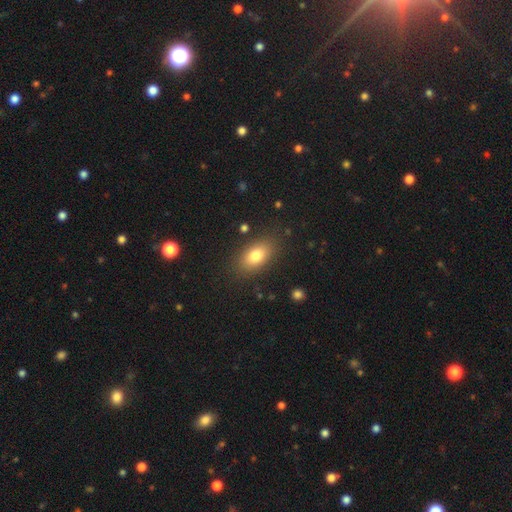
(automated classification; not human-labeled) Smooth or featured?
  - smooth: 79% *
  - featured or disk: 12%
  - star or artifact: 9%
How rounded?
  - in between: 88% *
  - round: 9%
  - cigar-shaped: 4%
Merging?
  - none: 84% *
  - minor disturbance: 11%
  - major disturbance: 4%
  - merger: 2%